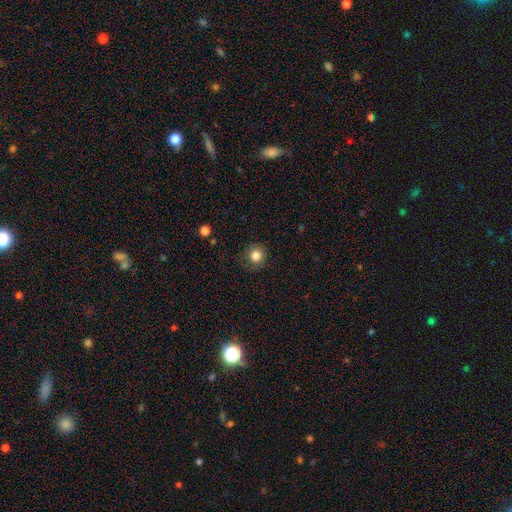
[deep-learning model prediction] The model was most divided on "merging": none: 80%, minor disturbance: 14%, major disturbance: 5%, merger: 1%. More confident: how rounded — round (92%); smooth or featured — smooth (83%).